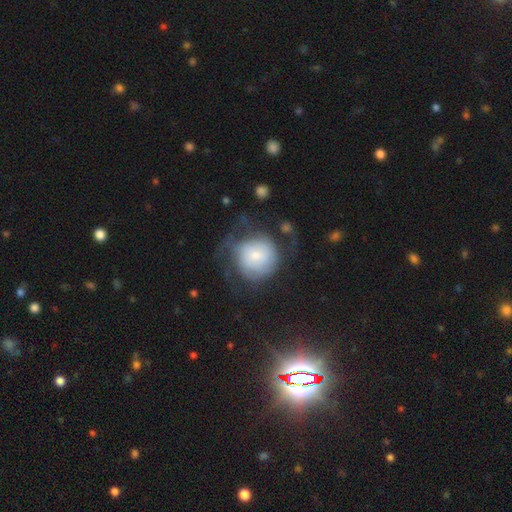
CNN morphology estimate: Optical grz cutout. It shows a featured or disk galaxy (47%). Merging: none (44%).